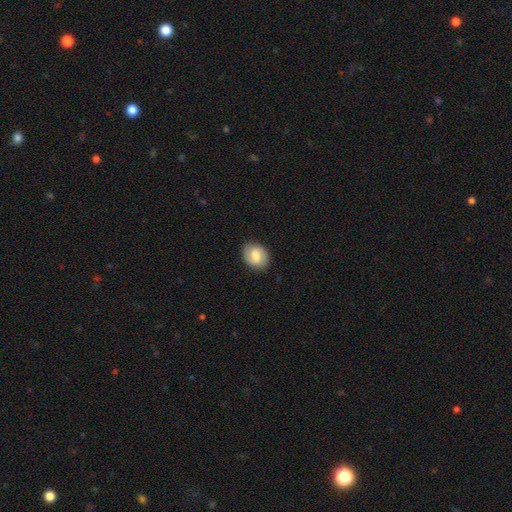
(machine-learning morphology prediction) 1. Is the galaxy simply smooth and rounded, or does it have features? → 62% smooth, 31% featured or disk, 7% star or artifact.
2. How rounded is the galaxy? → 56% in between, 43% round, 1% cigar-shaped.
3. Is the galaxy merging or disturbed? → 84% none, 12% minor disturbance, 3% major disturbance, 1% merger.